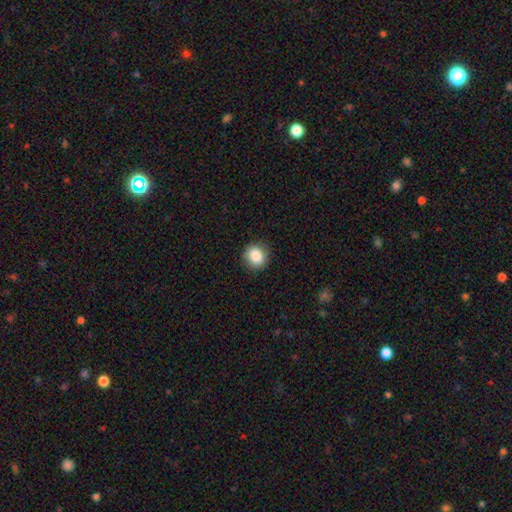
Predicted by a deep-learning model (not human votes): Smooth or featured? smooth (87%)
How rounded? round (85%)
Merging? none (88%)